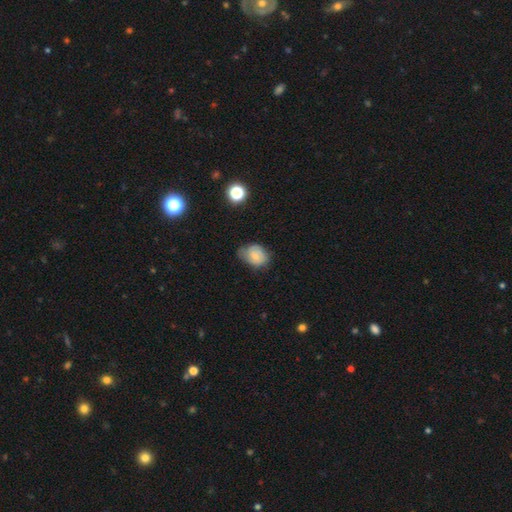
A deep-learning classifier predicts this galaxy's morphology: Smooth or featured?
  - smooth: 65% *
  - featured or disk: 26%
  - star or artifact: 9%
How rounded?
  - in between: 61% *
  - round: 38%
  - cigar-shaped: 1%
Merging?
  - none: 49% *
  - minor disturbance: 38%
  - major disturbance: 11%
  - merger: 2%